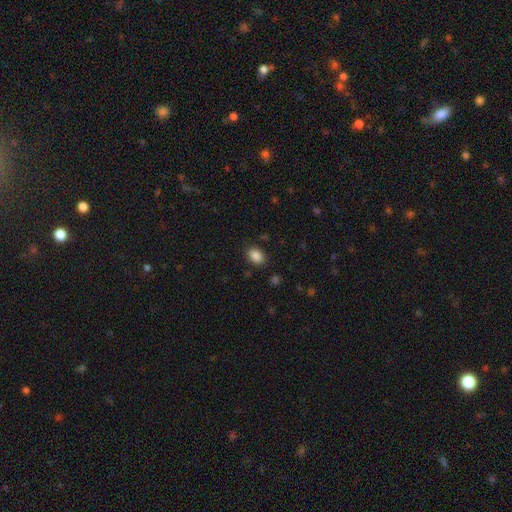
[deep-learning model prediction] Overall: smooth (88%). How rounded: in between (79%). Merging: none (86%).